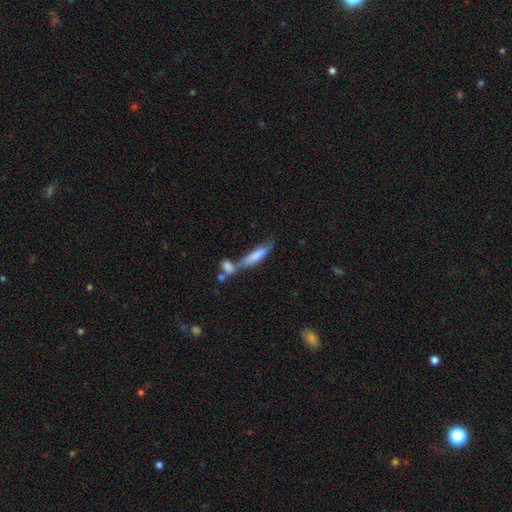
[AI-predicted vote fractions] smooth 72%, featured or disk 21%, star or artifact 7%. Down the decision tree: how rounded — cigar-shaped (62%); merging — merger (50%).